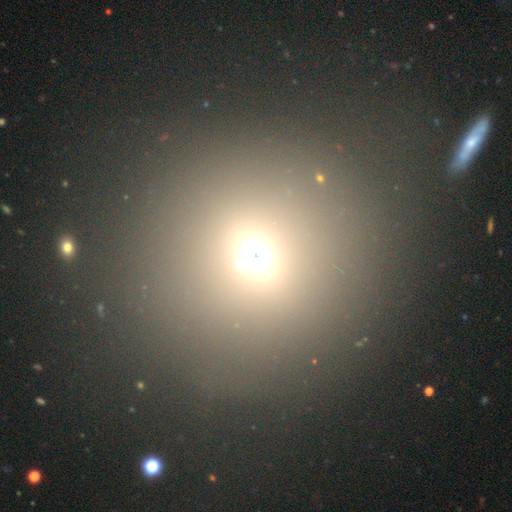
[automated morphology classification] Q: Smooth or featured?
A: smooth (64%); runner-up: star or artifact (26%)
Q: How rounded?
A: round (88%); runner-up: in between (10%)
Q: Merging?
A: none (80%); runner-up: minor disturbance (8%)